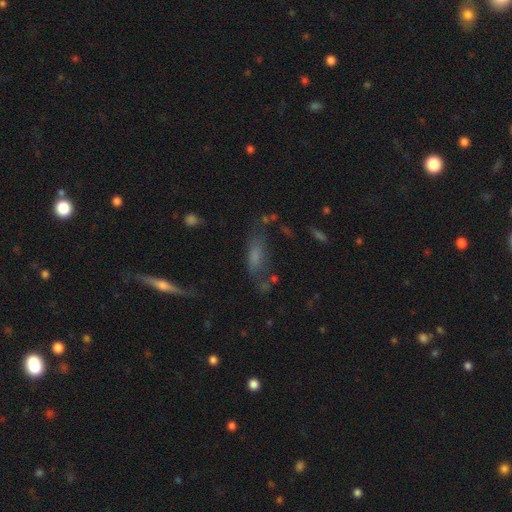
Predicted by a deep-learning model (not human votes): Smooth or featured? smooth (57%)
How rounded? in between (59%)
Merging? none (51%)